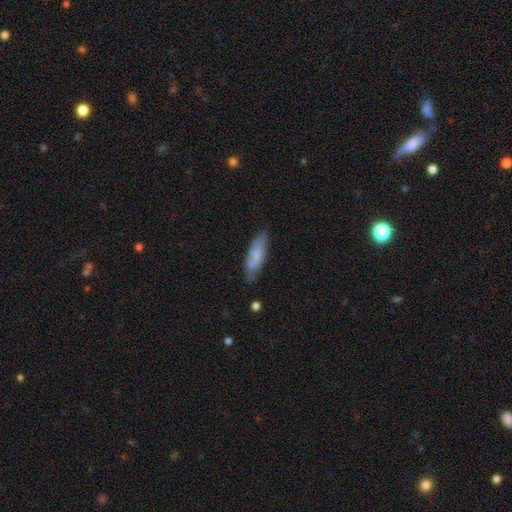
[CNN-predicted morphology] type=smooth (67%); roundness=in between (57%); merging=none (72%).